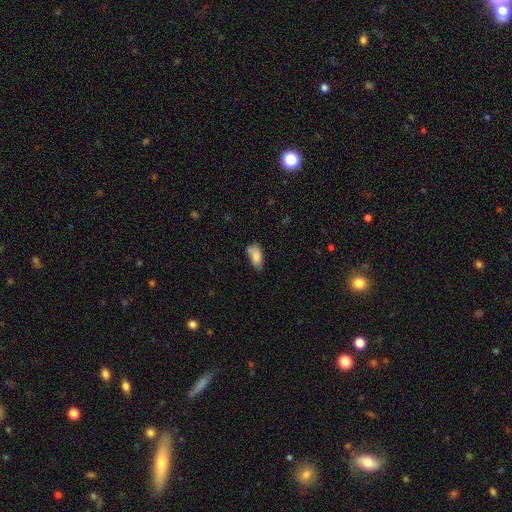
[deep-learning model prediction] Smooth or featured? Predicted: smooth (p=0.81). How rounded? Predicted: in between (p=0.89). Merging? Predicted: none (p=0.51).